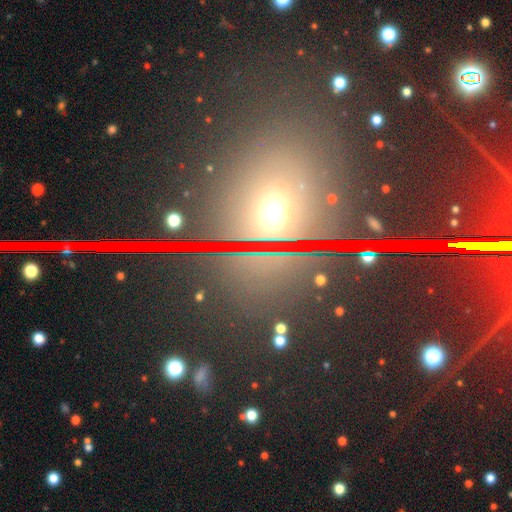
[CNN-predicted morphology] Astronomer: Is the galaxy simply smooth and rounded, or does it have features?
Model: star or artifact — 51% (runner-up: smooth, 35%).